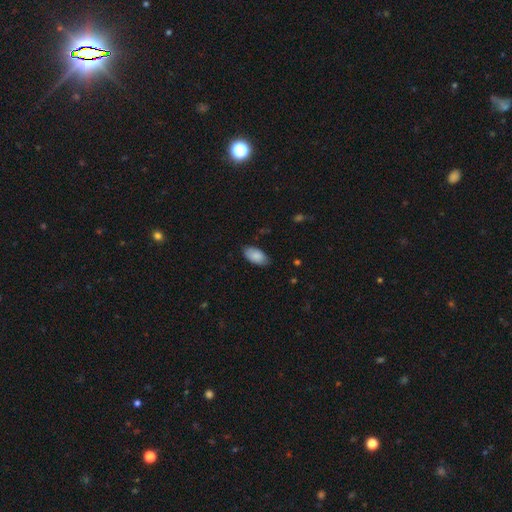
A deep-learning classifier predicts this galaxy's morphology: A smooth galaxy with no disk features (87%) that is in between round and cigar-shaped (95%).

Vote fractions:
- Smooth or featured? smooth: 87% / featured or disk: 7% / star or artifact: 6%
- How rounded? in between: 95% / round: 3% / cigar-shaped: 2%
- Merging? none: 78% / minor disturbance: 18% / major disturbance: 3% / merger: 1%